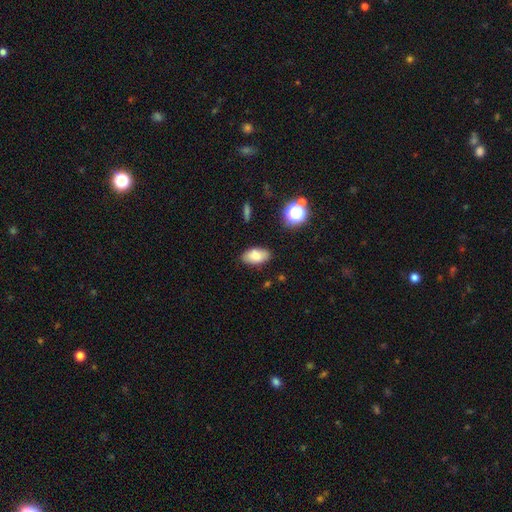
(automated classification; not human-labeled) Smooth or featured?
  - smooth: 81% *
  - star or artifact: 9%
  - featured or disk: 9%
How rounded?
  - in between: 93% *
  - round: 5%
  - cigar-shaped: 2%
Merging?
  - none: 82% *
  - minor disturbance: 14%
  - major disturbance: 3%
  - merger: 2%